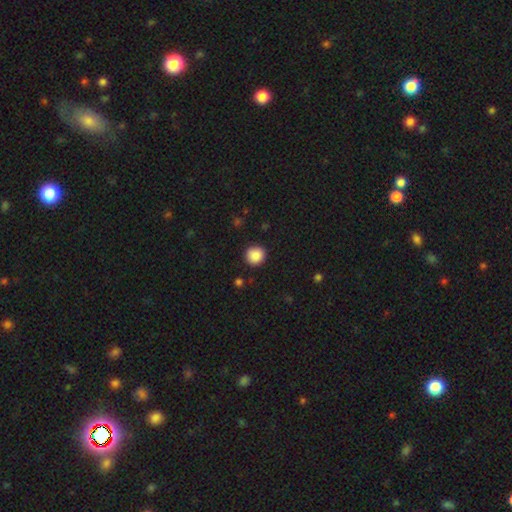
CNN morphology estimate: Smooth or featured? smooth (88%)
How rounded? round (91%)
Merging? none (90%)